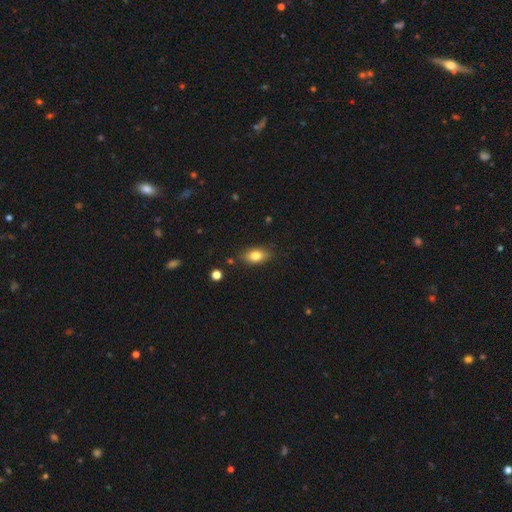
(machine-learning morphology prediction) Smooth or featured? smooth (80%)
How rounded? in between (85%)
Merging? none (82%)